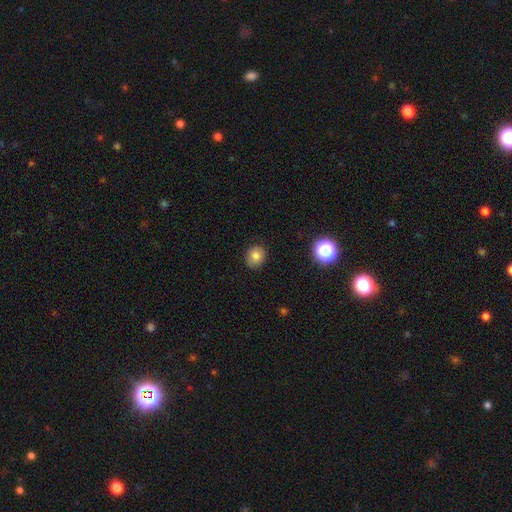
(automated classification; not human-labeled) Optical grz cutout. It shows a smooth galaxy with no disk features (80%) that is round (71%). Merging: none (87%).